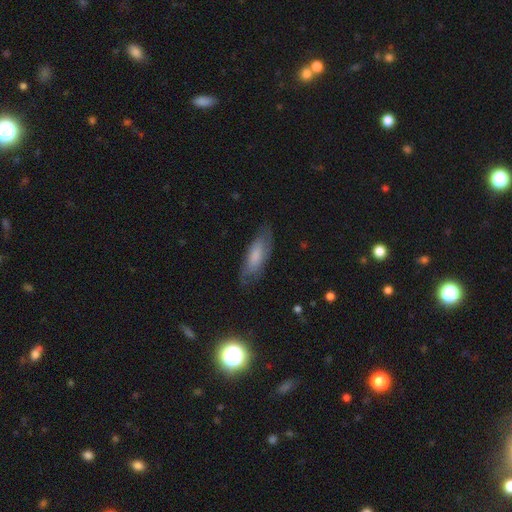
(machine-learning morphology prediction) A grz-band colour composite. It shows a smooth galaxy with no disk features (59%) that is in between round and cigar-shaped (63%). Merging: none (72%).